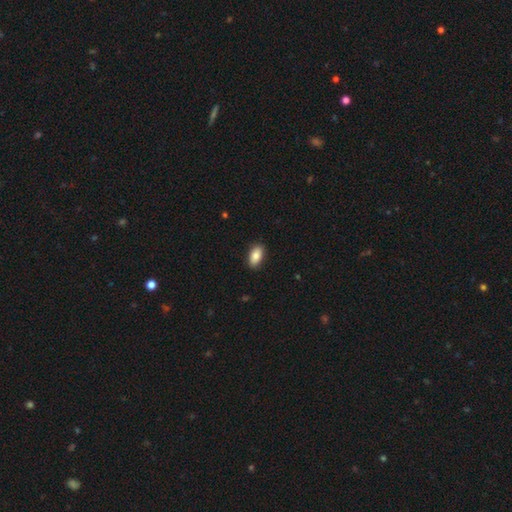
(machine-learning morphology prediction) smooth_or_featured: smooth (p=0.84) [alt: featured or disk p=0.09]
how_rounded: in between (p=0.93) [alt: round p=0.04]
merging: none (p=0.89) [alt: minor disturbance p=0.09]